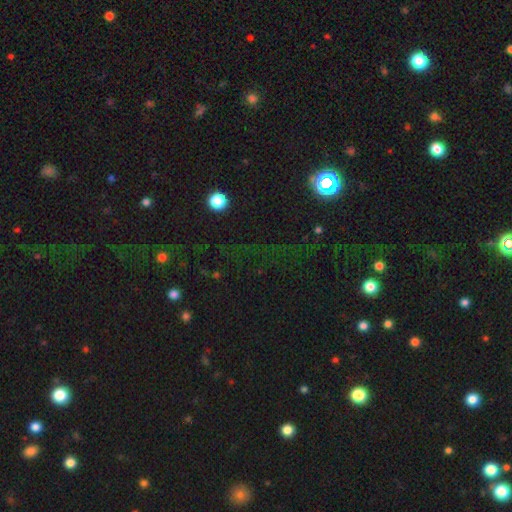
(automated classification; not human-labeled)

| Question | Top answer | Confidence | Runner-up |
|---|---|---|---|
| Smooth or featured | star or artifact | 68% | smooth (23%) |